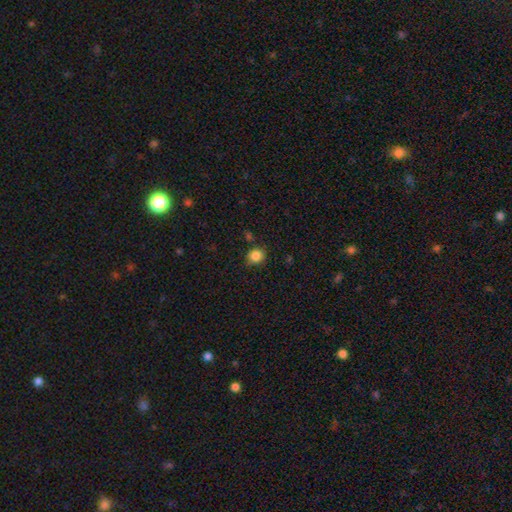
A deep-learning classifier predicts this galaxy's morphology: smooth_or_featured: smooth (p=0.85) [alt: star or artifact p=0.11]
how_rounded: round (p=0.83) [alt: in between p=0.16]
merging: none (p=0.80) [alt: minor disturbance p=0.13]